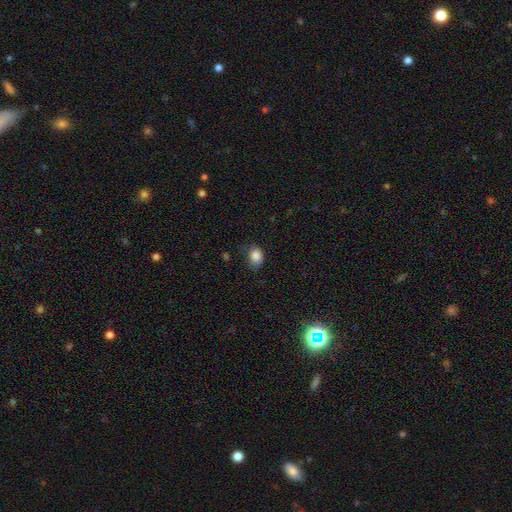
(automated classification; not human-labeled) Smooth or featured: smooth — 85% (star or artifact — 10%)
How rounded: in between — 59% (round — 40%)
Merging: none — 62% (minor disturbance — 29%)